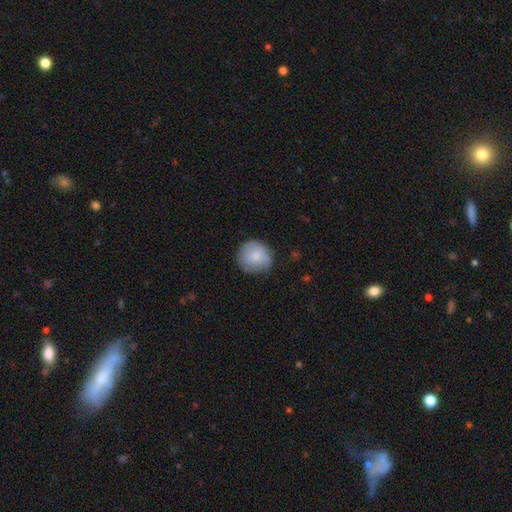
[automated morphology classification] Smooth or featured? Predicted: smooth (p=0.78). How rounded? Predicted: round (p=0.91). Merging? Predicted: none (p=0.74).